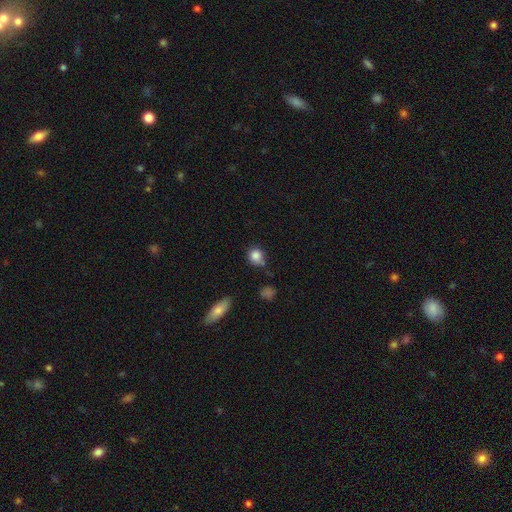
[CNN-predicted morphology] Smooth or featured? smooth (84%)
How rounded? round (72%)
Merging? none (55%)